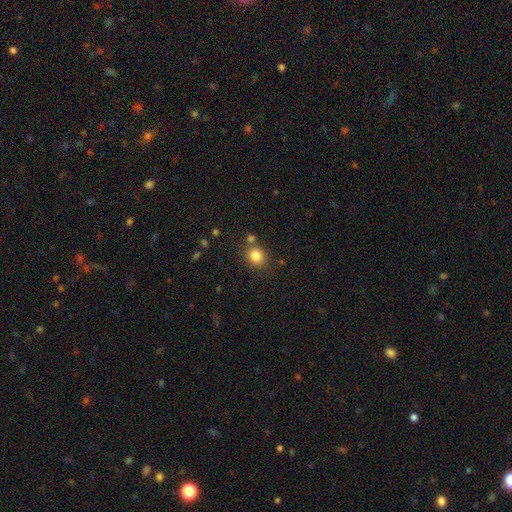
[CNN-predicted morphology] Smooth or featured? smooth (83%)
How rounded? round (72%)
Merging? none (74%)